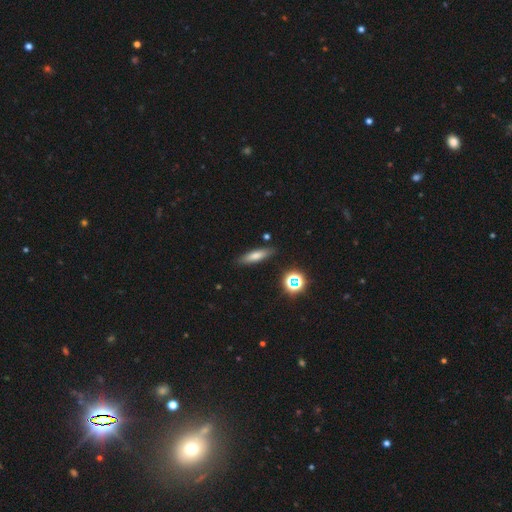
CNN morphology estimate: A smooth galaxy with no disk features (70%) that is cigar-shaped (65%). Merging: none (85%).